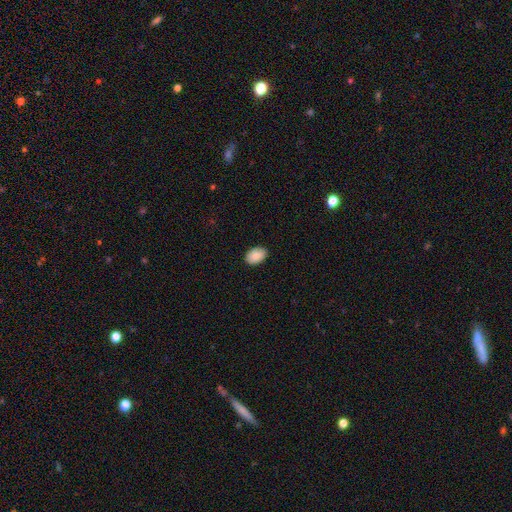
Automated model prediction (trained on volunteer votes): Morphology: type=smooth (89%); roundness=in between (88%); merging=none (89%).